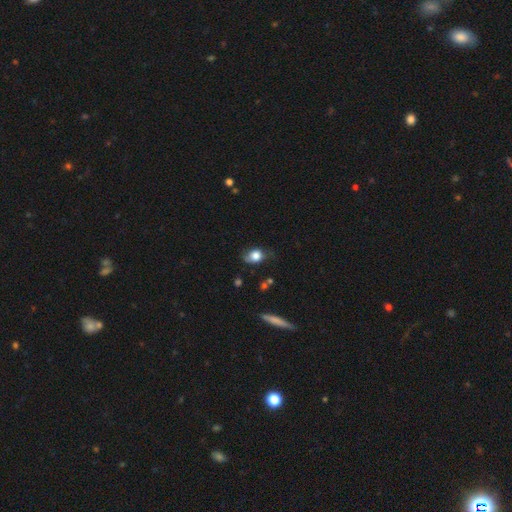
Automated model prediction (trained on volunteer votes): Smooth or featured?
  - smooth: 74% *
  - featured or disk: 17%
  - star or artifact: 9%
How rounded?
  - in between: 55% *
  - round: 43%
  - cigar-shaped: 2%
Merging?
  - none: 52% *
  - minor disturbance: 32%
  - major disturbance: 13%
  - merger: 3%